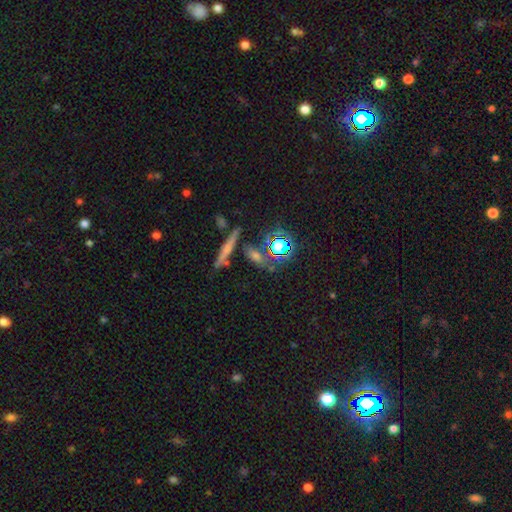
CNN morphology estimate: Smooth or featured: smooth — 44% (star or artifact — 36%)
Merging: none — 73% (merger — 11%)